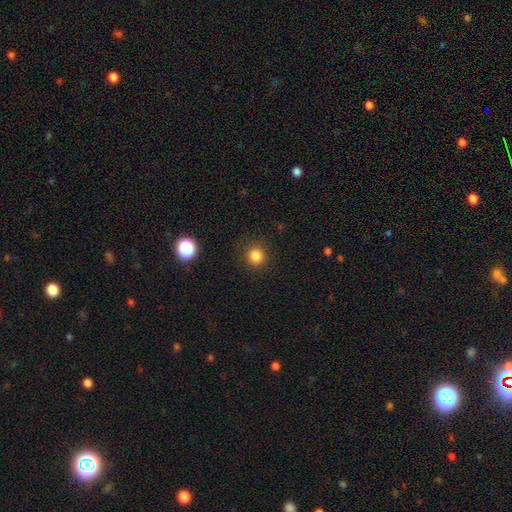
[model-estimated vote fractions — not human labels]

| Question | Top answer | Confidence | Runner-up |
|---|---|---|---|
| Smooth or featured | smooth | 84% | star or artifact (12%) |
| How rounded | round | 91% | in between (8%) |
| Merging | none | 90% | minor disturbance (6%) |